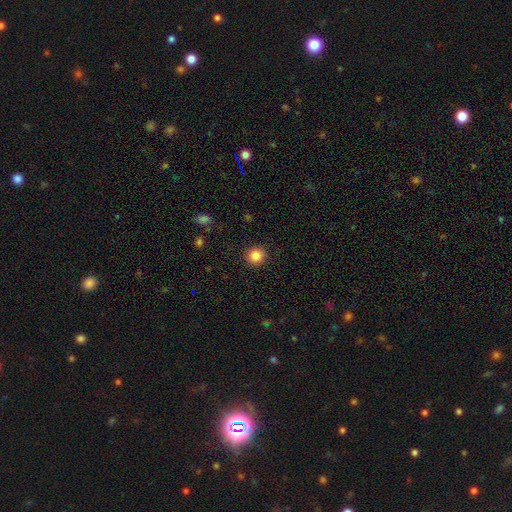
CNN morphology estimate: A smooth galaxy with no disk features (86%) that is round (90%). Merging: none (91%).